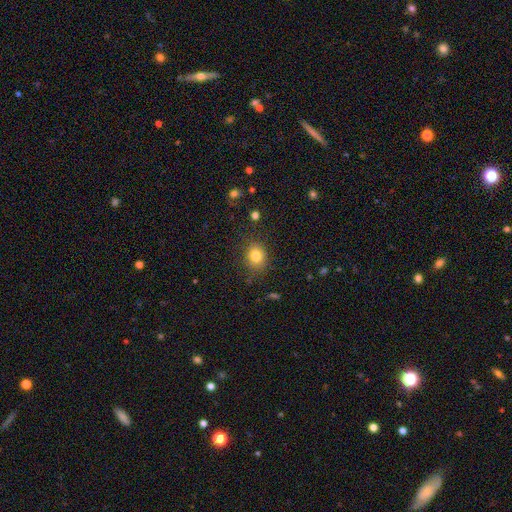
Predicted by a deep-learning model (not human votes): smooth-or-featured: smooth: 81% | star or artifact: 11% | featured or disk: 8%
  how-rounded: round: 53% | in between: 46% | cigar-shaped: 1%
  merging: none: 83% | minor disturbance: 12% | major disturbance: 3% | merger: 1%